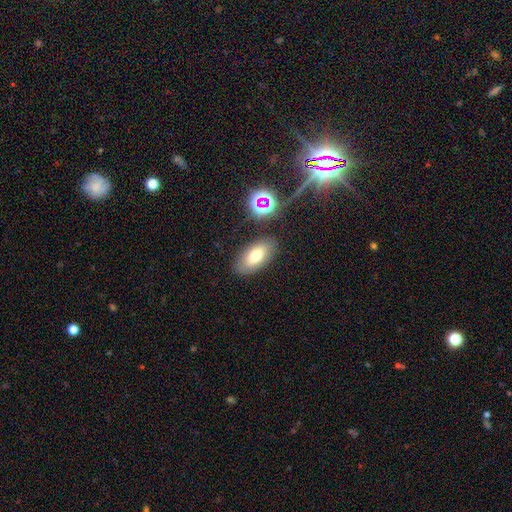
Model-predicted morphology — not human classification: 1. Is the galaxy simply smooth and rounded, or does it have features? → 70% smooth, 18% featured or disk, 12% star or artifact.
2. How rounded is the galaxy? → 89% in between, 6% cigar-shaped, 5% round.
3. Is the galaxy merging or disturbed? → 84% none, 10% minor disturbance, 3% major disturbance, 3% merger.